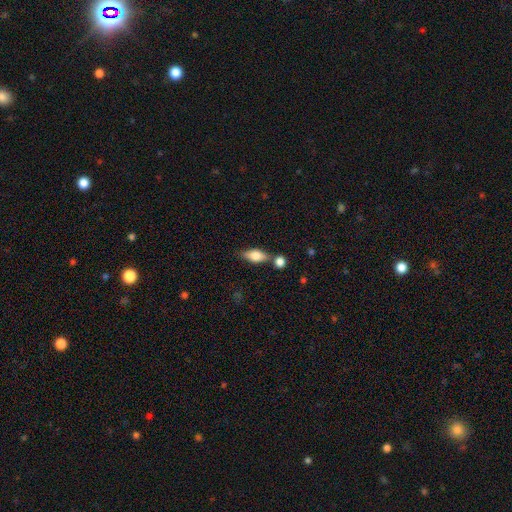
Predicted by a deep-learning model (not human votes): Smooth or featured: smooth — 69% (featured or disk — 24%)
How rounded: in between — 80% (cigar-shaped — 15%)
Merging: none — 63% (merger — 19%)